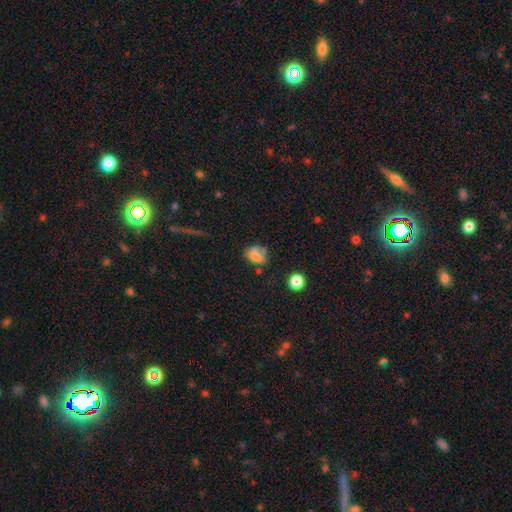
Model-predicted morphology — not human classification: This appears to be a smooth galaxy with no disk features (62%) that is in between round and cigar-shaped (72%). Merging: none (34%).